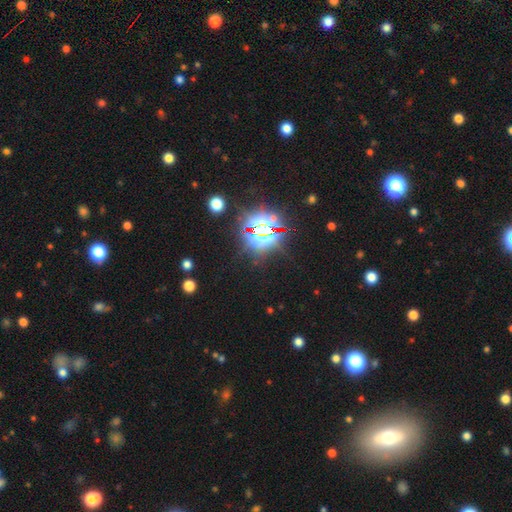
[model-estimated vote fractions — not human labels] A star or artifact, not a galaxy (76%).